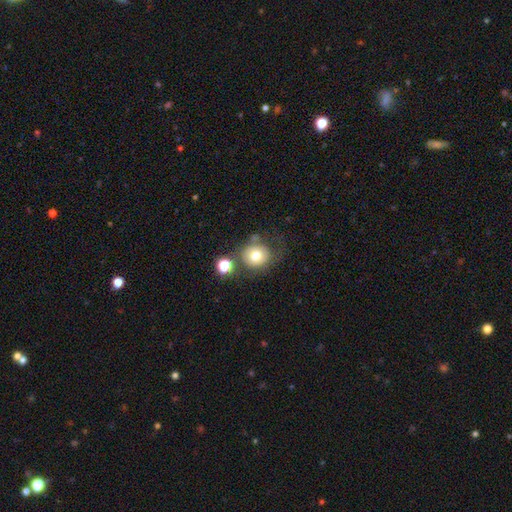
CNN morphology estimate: smooth 69%, featured or disk 19%, star or artifact 12%. Down the decision tree: how rounded — round (83%); merging — none (60%).